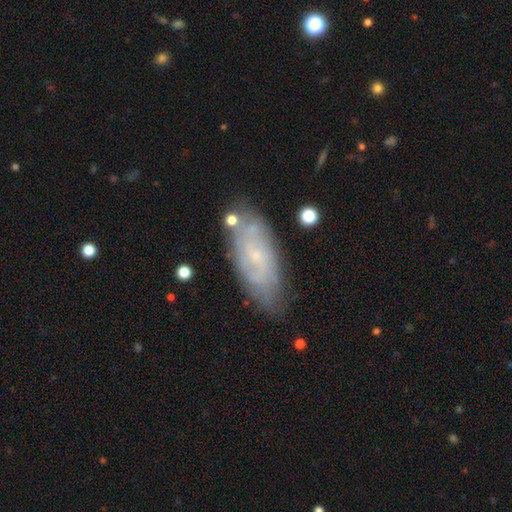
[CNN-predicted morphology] This is likely a featured or disk galaxy (62%). It is clearly not viewed edge-on (88%). Bar: likely no (75%). Spiral arm pattern: likely yes (78%). Central bulge: clearly small (81%). Merging: likely none (73%).